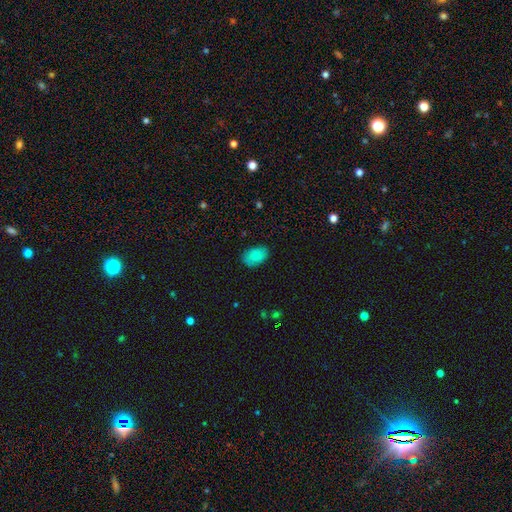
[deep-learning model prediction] Smooth or featured: smooth — 87% (star or artifact — 8%)
How rounded: in between — 89% (round — 10%)
Merging: none — 83% (minor disturbance — 13%)